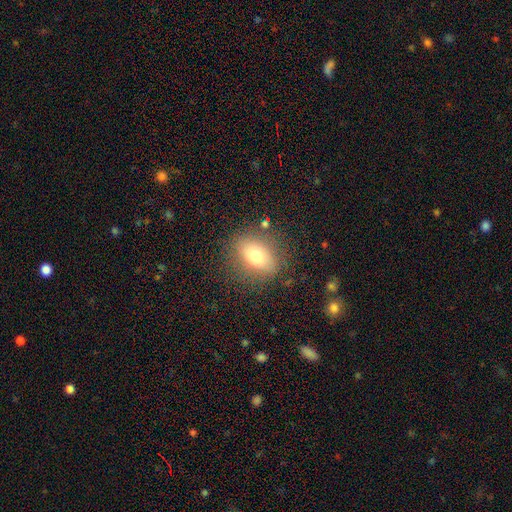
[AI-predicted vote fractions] A smooth galaxy with no disk features (72%) that is in between round and cigar-shaped (69%). Merging: none (80%).